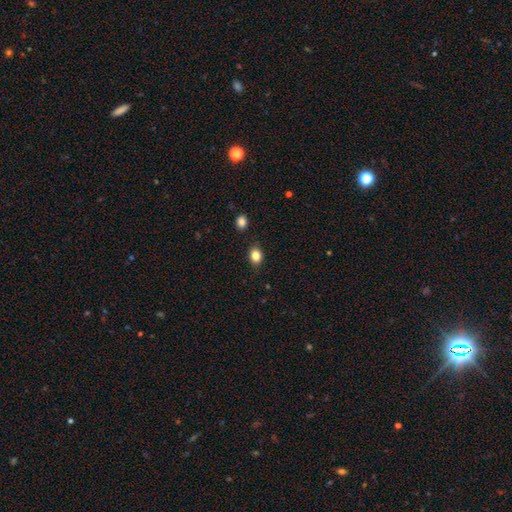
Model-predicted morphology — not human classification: A smooth galaxy with no disk features (83%) that is in between round and cigar-shaped (59%). Merging: none (87%).